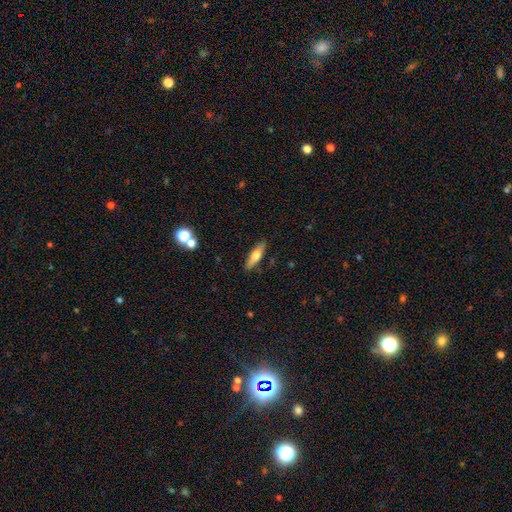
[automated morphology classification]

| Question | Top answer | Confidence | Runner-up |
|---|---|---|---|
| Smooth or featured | smooth | 60% | featured or disk (33%) |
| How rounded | cigar-shaped | 61% | in between (37%) |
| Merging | none | 86% | minor disturbance (10%) |